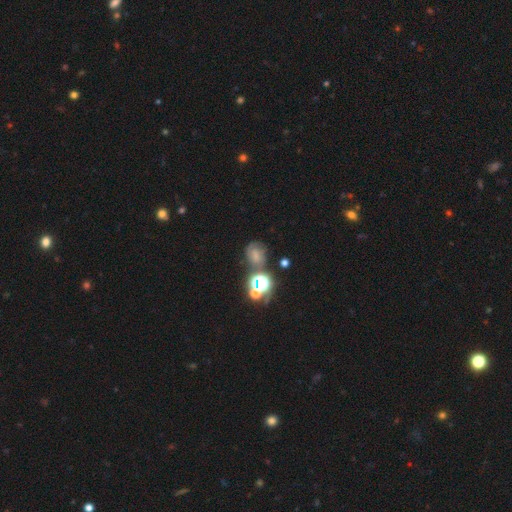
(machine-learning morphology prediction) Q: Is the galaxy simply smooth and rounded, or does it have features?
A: smooth — 45%.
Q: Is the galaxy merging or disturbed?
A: none — 53%.